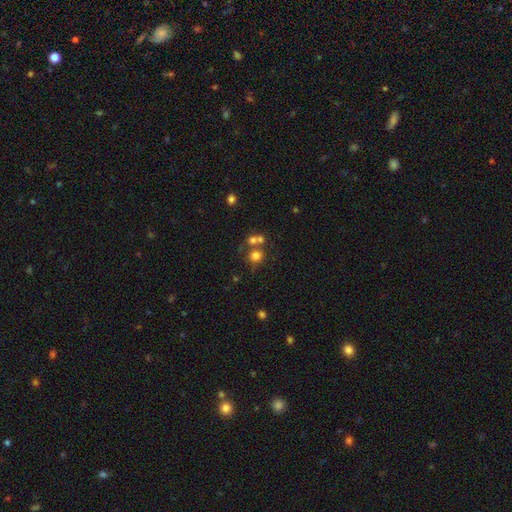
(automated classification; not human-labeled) smooth_or_featured: smooth (p=0.73) [alt: star or artifact p=0.15]
how_rounded: round (p=0.83) [alt: in between p=0.16]
merging: none (p=0.50) [alt: merger p=0.37]